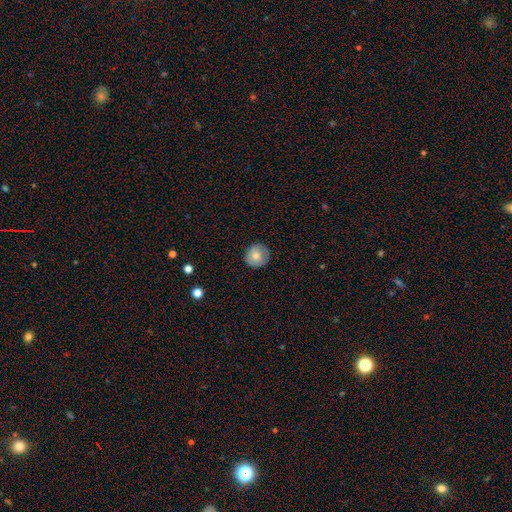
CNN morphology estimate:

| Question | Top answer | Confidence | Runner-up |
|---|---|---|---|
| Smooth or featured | smooth | 71% | featured or disk (21%) |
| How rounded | round | 91% | in between (8%) |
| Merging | none | 83% | minor disturbance (13%) |